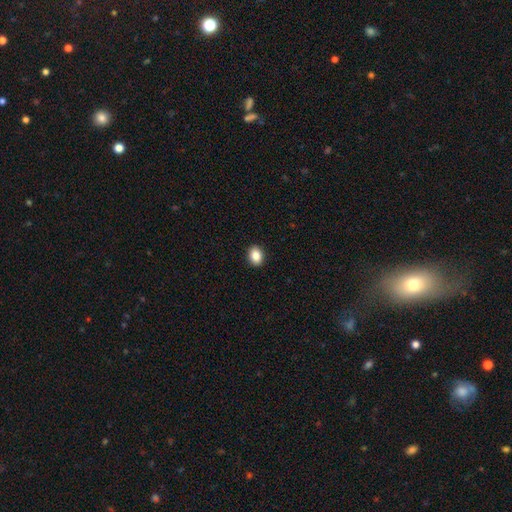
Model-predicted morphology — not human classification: smooth 87%, star or artifact 9%, featured or disk 5%. Down the decision tree: how rounded — in between (65%); merging — none (91%).